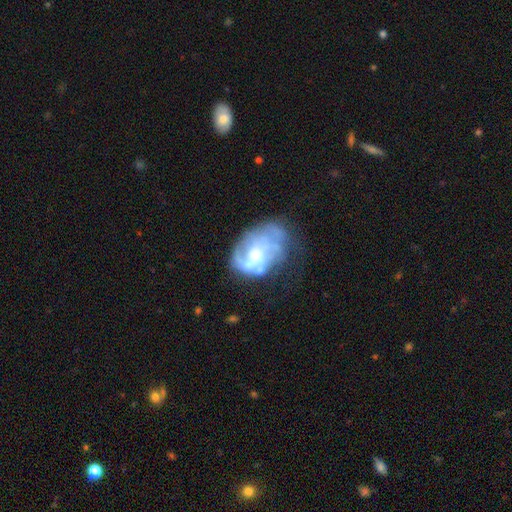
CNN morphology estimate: Smooth or featured? featured or disk (69%)
Edge-on disk? no (98%)
Bar? no (75%)
Spiral arms? yes (56%)
Bulge size? moderate (48%)
Merging? none (36%)